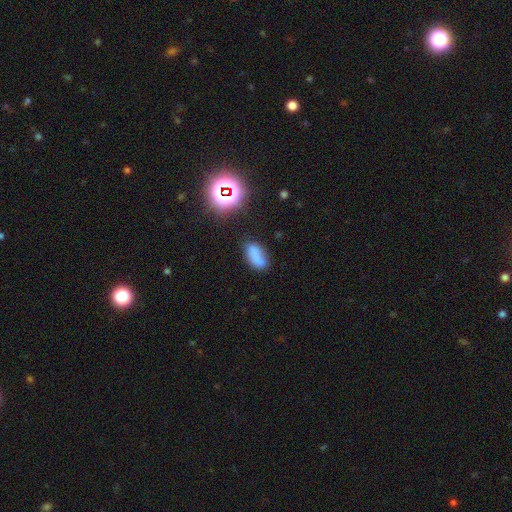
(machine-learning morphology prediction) Smooth or featured: smooth — 68% (star or artifact — 17%)
How rounded: in between — 87% (round — 7%)
Merging: none — 56% (minor disturbance — 22%)